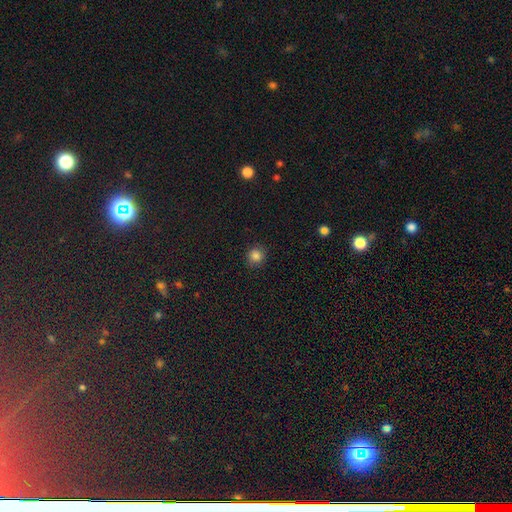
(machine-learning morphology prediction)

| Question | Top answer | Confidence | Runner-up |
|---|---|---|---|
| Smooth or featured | smooth | 83% | star or artifact (13%) |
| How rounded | round | 90% | in between (9%) |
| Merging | none | 88% | minor disturbance (8%) |